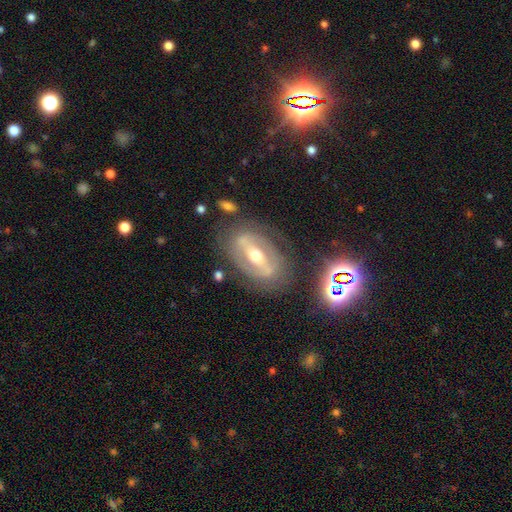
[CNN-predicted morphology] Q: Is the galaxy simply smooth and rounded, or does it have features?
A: featured or disk — 75%.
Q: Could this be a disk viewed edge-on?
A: no — 89%.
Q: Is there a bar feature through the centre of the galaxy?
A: strong — 58%.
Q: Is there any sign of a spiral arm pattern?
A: yes — 56%.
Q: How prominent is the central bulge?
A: moderate — 65%.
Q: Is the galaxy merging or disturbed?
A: none — 76%.